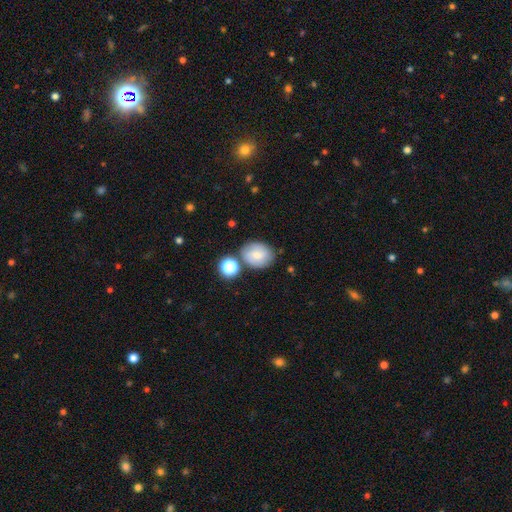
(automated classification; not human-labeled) Morphology: type=smooth (68%); roundness=round (53%); merging=none (70%).